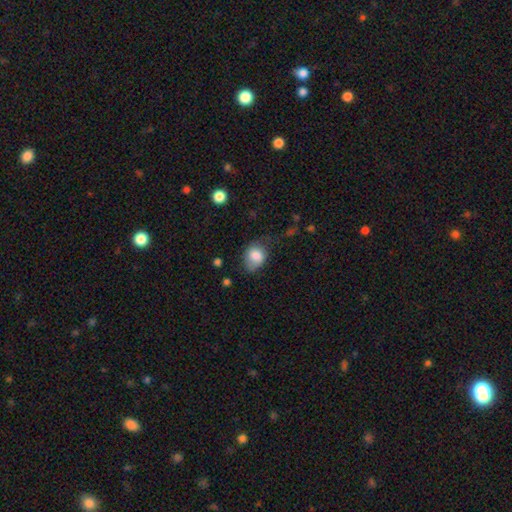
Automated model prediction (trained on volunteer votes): smooth-or-featured: smooth: 81% | featured or disk: 11% | star or artifact: 8%
  how-rounded: in between: 60% | round: 39% | cigar-shaped: 1%
  merging: none: 46% | minor disturbance: 35% | major disturbance: 17% | merger: 2%